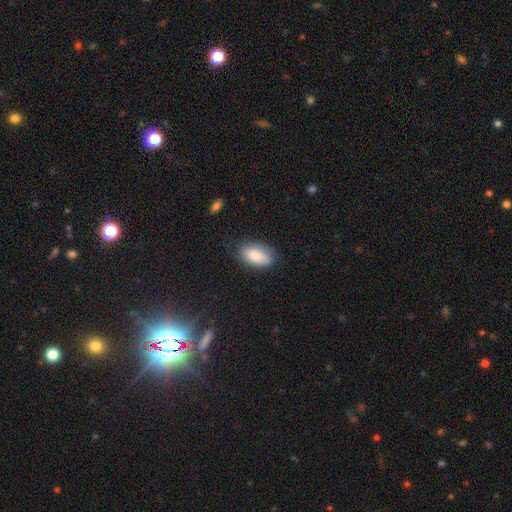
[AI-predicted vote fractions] Morphology: type=smooth (83%); roundness=in between (93%); merging=none (69%).